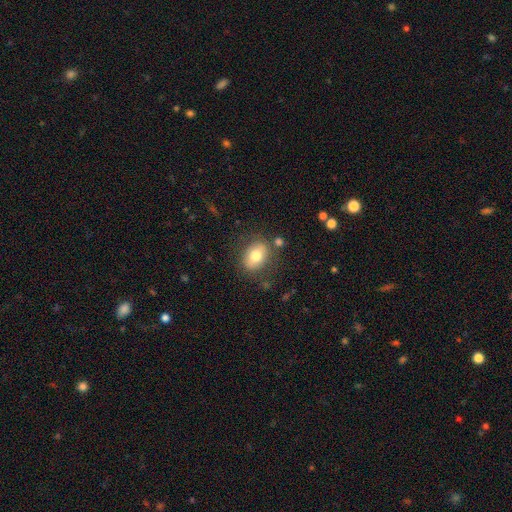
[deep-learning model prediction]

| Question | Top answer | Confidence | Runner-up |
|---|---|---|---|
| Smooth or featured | smooth | 72% | featured or disk (19%) |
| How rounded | in between | 70% | round (29%) |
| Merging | none | 77% | minor disturbance (14%) |